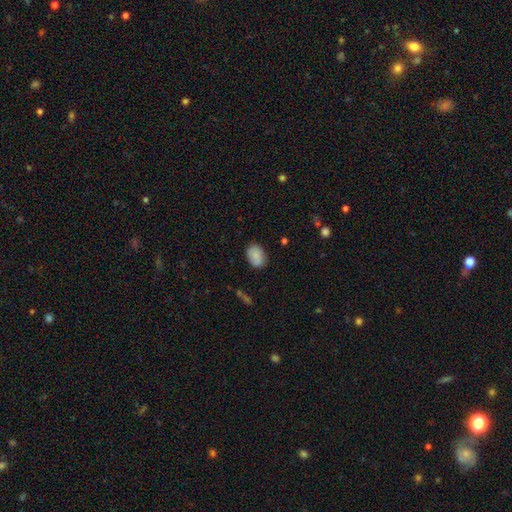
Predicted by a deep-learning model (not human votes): Q: Smooth or featured?
A: smooth (86%); runner-up: featured or disk (7%)
Q: How rounded?
A: in between (78%); runner-up: round (21%)
Q: Merging?
A: none (84%); runner-up: minor disturbance (12%)